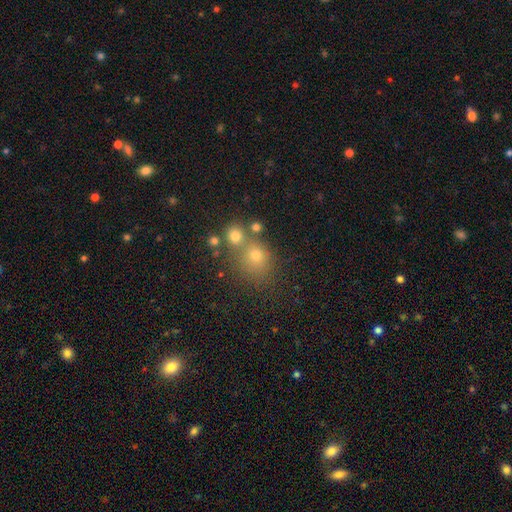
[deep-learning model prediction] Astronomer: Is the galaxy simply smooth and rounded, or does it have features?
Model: smooth — 68%.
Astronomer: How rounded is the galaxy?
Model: round — 80%.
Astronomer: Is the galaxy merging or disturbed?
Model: none — 54% (runner-up: merger, 31%).